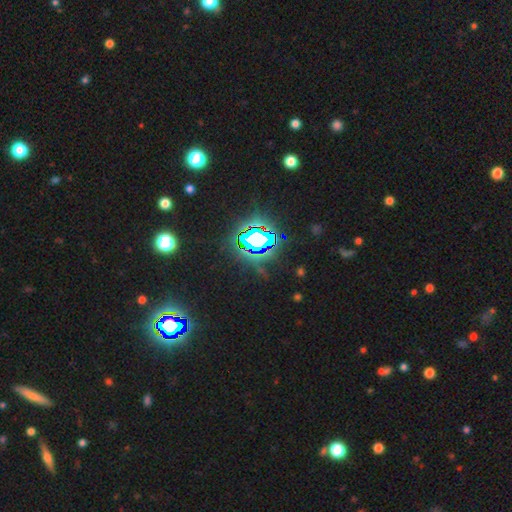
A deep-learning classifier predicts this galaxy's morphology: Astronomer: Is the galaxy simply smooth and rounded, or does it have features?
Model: star or artifact — 83%.